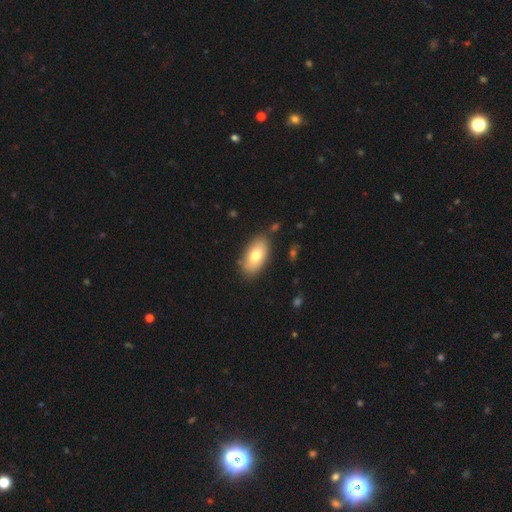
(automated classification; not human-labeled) Morphology: type=smooth (75%); roundness=in between (93%); merging=none (82%).